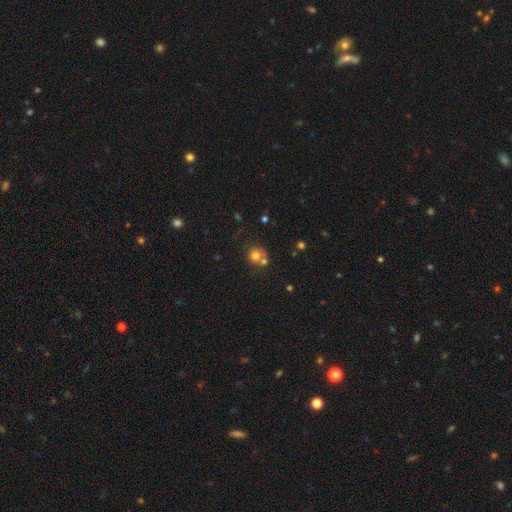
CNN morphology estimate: This is likely a smooth galaxy (73%). How rounded: clearly round (86%). Merging: possibly none (51%).